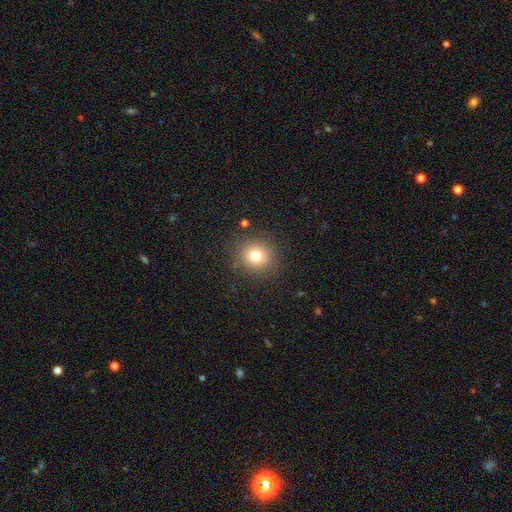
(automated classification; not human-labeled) A smooth galaxy with no disk features (76%) that is round (91%). Merging: none (87%).